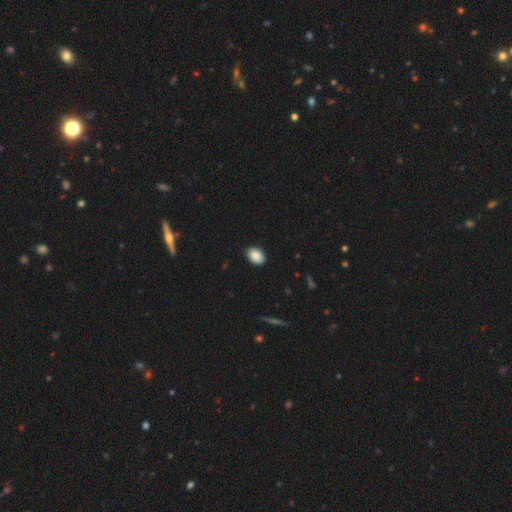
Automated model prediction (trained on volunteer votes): smooth 89%, star or artifact 7%, featured or disk 4%. Down the decision tree: how rounded — in between (77%); merging — none (89%).